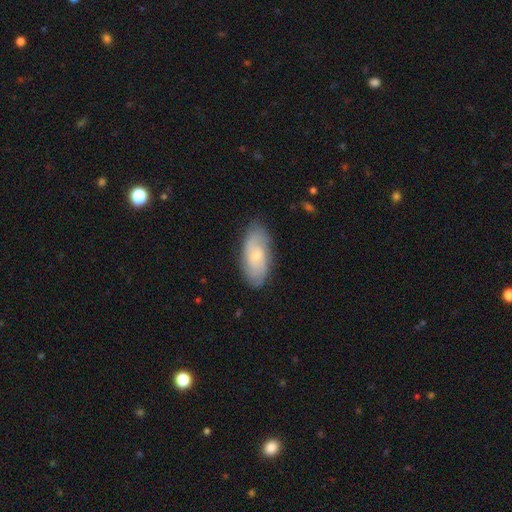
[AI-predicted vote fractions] This is possibly a featured or disk galaxy (56%). It is clearly not viewed edge-on (92%). Bar: likely no (64%). Spiral arm pattern: clearly yes (87%). Central bulge: likely small (68%). Merging: clearly none (80%).